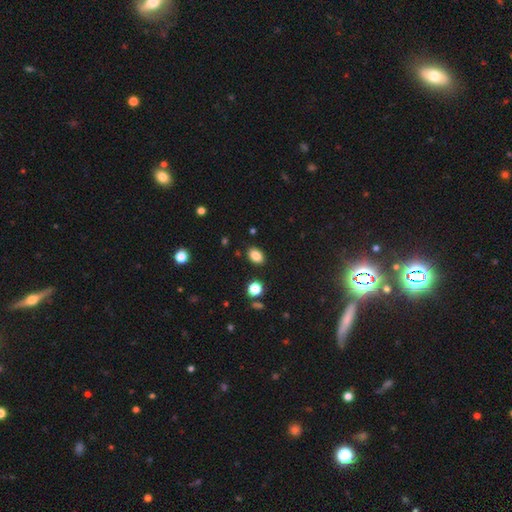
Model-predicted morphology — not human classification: A smooth galaxy with no disk features (86%) that is in between round and cigar-shaped (86%). Merging: none (87%).